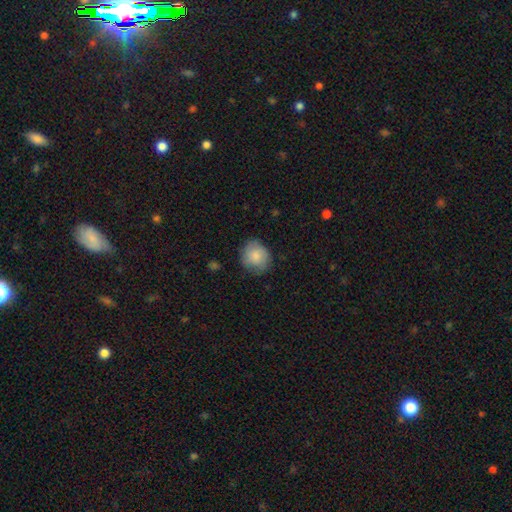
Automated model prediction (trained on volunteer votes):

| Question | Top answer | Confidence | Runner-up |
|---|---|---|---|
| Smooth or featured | smooth | 83% | featured or disk (11%) |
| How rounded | round | 78% | in between (21%) |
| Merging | none | 75% | minor disturbance (19%) |